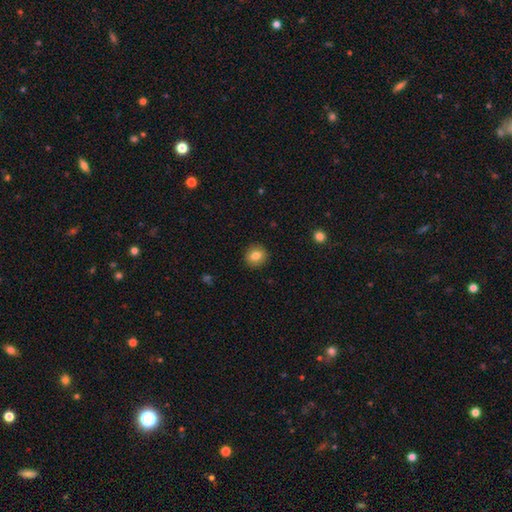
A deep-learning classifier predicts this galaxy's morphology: Smooth or featured? smooth (82%)
How rounded? round (86%)
Merging? none (91%)